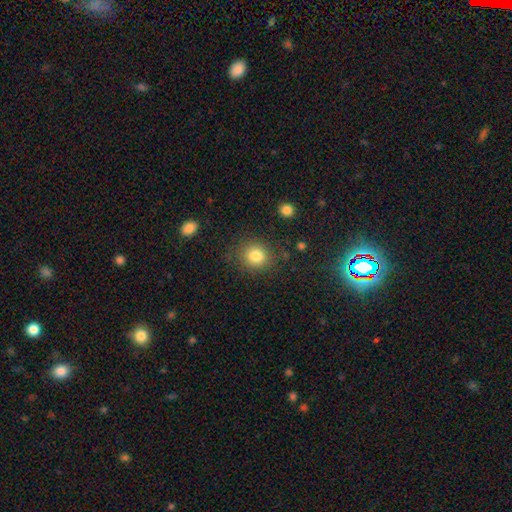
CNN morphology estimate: A smooth galaxy with no disk features (83%) that is round (79%). Merging: none (82%).